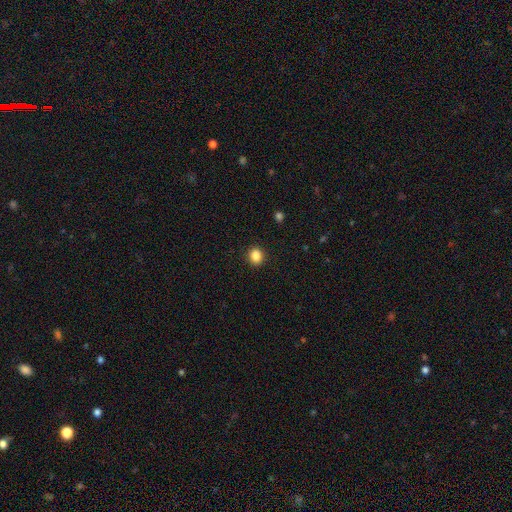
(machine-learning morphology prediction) Smooth or featured? Predicted: smooth (p=0.87). How rounded? Predicted: round (p=0.69). Merging? Predicted: none (p=0.91).